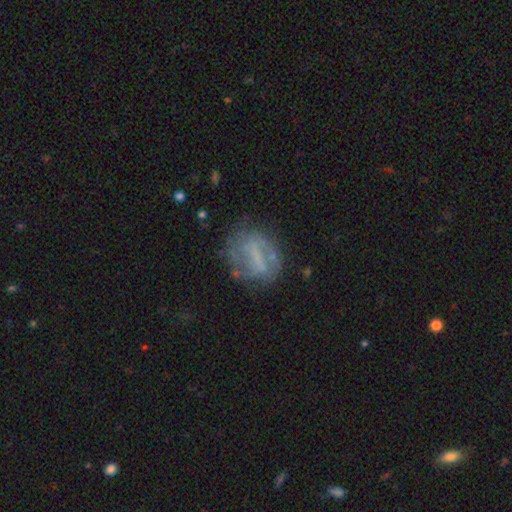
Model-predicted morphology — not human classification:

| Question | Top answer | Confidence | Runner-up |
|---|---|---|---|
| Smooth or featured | featured or disk | 64% | smooth (26%) |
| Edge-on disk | no | 96% | yes (4%) |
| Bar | strong | 41% | weak (36%) |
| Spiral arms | yes | 64% | no (36%) |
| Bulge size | none | 61% | small (23%) |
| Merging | none | 65% | minor disturbance (20%) |